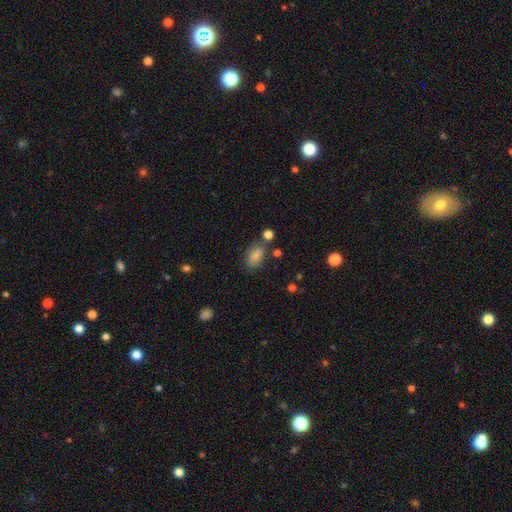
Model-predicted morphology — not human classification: Smooth or featured: smooth — 84% (star or artifact — 10%)
How rounded: in between — 89% (round — 8%)
Merging: none — 70% (minor disturbance — 16%)